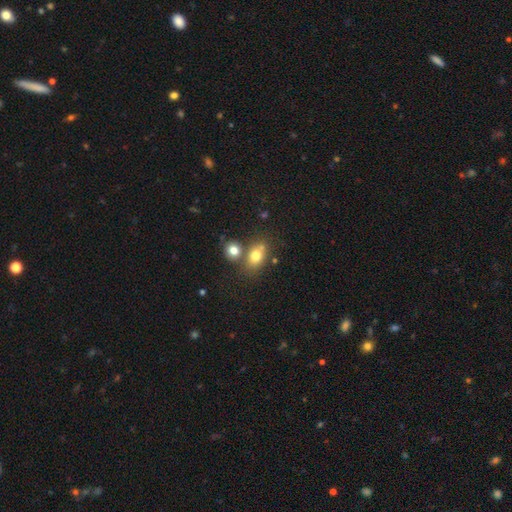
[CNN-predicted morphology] The model was most divided on "merging": none: 52%, merger: 32%, minor disturbance: 12%, major disturbance: 5%. More confident: smooth or featured — smooth (76%); how rounded — in between (64%).